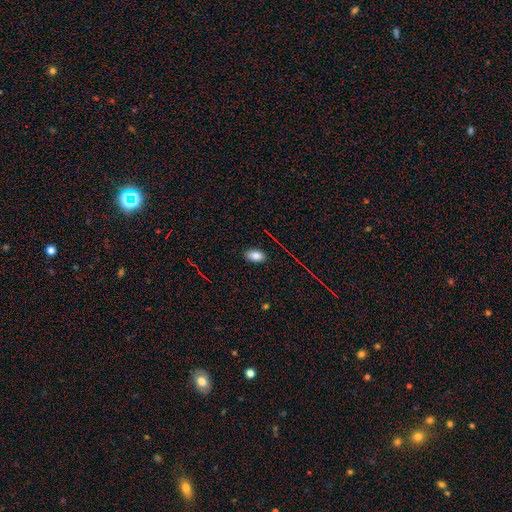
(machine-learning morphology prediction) The model was most divided on "smooth or featured": smooth: 82%, star or artifact: 11%, featured or disk: 7%. More confident: how rounded — in between (91%); merging — none (86%).